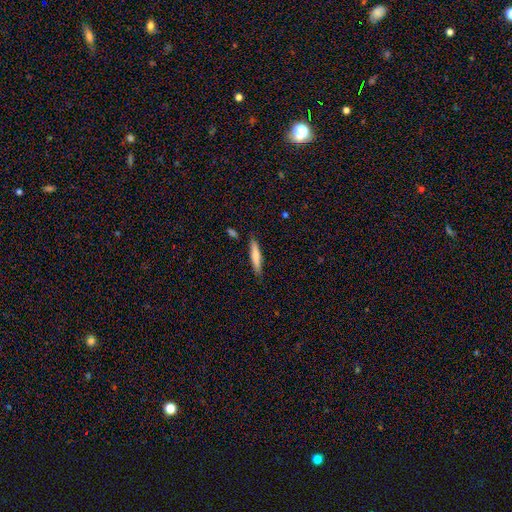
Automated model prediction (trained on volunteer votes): The model was most divided on "smooth or featured": smooth: 72%, featured or disk: 22%, star or artifact: 6%. More confident: how rounded — cigar-shaped (88%); merging — none (85%).